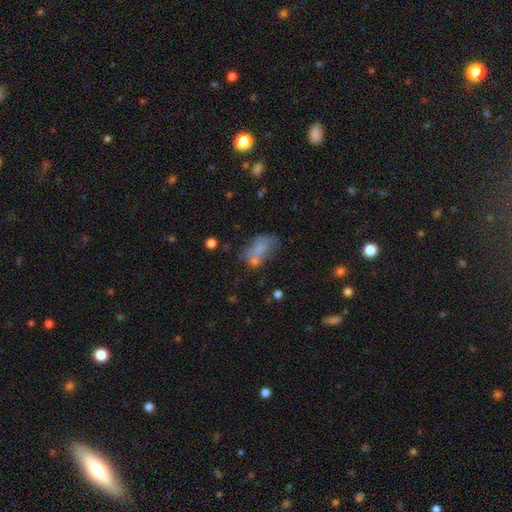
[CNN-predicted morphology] Smooth or featured: smooth — 59% (featured or disk — 26%)
How rounded: in between — 84% (round — 12%)
Merging: merger — 33% (none — 31%)